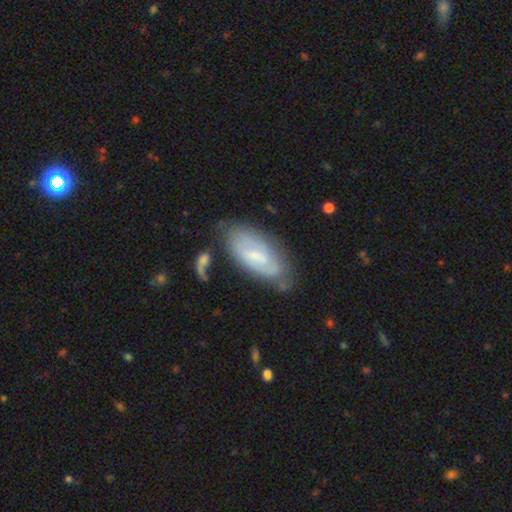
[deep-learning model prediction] Morphology: type=featured or disk (52%); edge-on=no (89%); merging=none (65%).